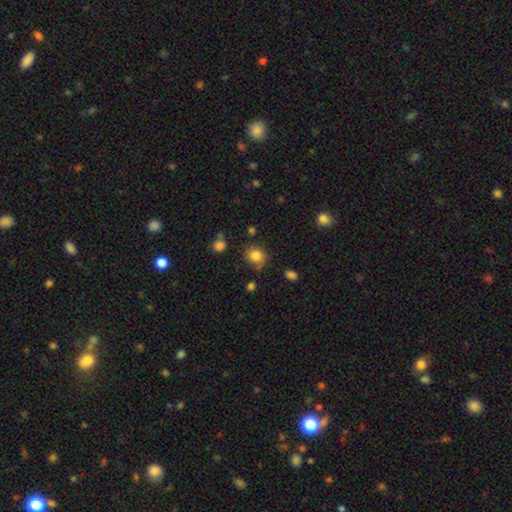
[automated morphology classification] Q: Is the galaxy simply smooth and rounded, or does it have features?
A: smooth — 83%.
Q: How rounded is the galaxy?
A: round — 77%.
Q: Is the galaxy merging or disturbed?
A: none — 68%.